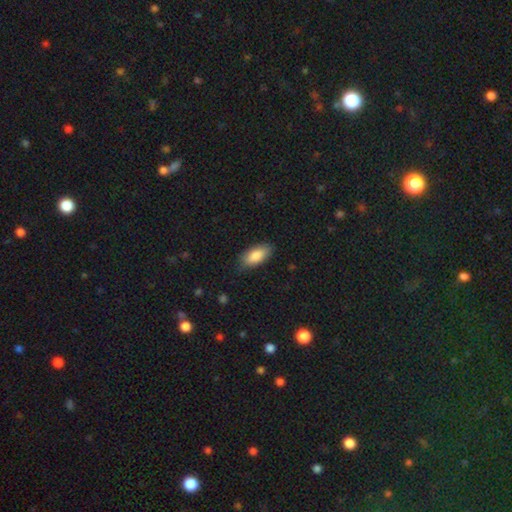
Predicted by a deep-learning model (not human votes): Smooth or featured?
  - smooth: 85% *
  - featured or disk: 8%
  - star or artifact: 6%
How rounded?
  - in between: 88% *
  - cigar-shaped: 10%
  - round: 2%
Merging?
  - none: 83% *
  - minor disturbance: 13%
  - major disturbance: 3%
  - merger: 1%